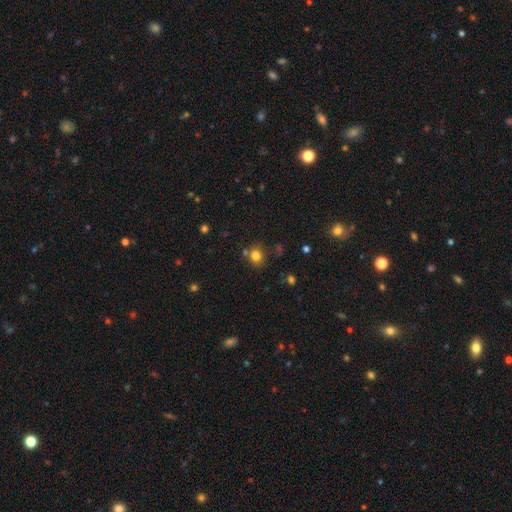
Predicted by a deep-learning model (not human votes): The model was most divided on "how rounded": round: 76%, in between: 23%, cigar-shaped: 1%. More confident: smooth or featured — smooth (79%); merging — none (75%).